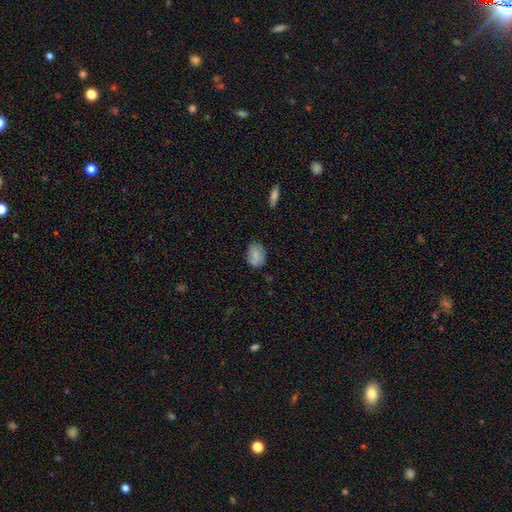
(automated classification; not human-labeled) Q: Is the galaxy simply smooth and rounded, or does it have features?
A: smooth — 80%.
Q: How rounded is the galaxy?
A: in between — 68%.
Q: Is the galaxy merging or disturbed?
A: none — 76%.